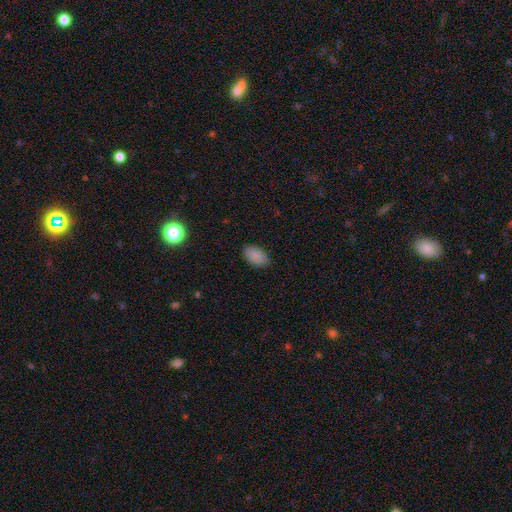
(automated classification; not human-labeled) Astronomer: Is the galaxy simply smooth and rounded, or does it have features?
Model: smooth — 88%.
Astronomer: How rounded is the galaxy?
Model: in between — 92%.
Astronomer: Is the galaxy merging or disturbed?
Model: none — 85%.